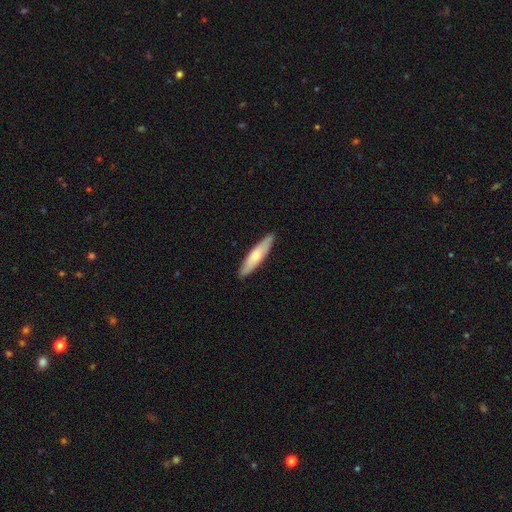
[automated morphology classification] Overall: smooth (63%; featured or disk 32%). How rounded: cigar-shaped (82%). Merging: none (89%).